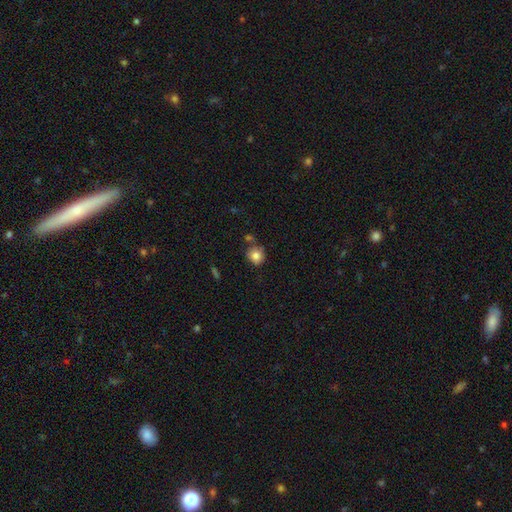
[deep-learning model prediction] This is clearly a smooth galaxy (82%). How rounded: clearly round (81%). Merging: likely none (63%).